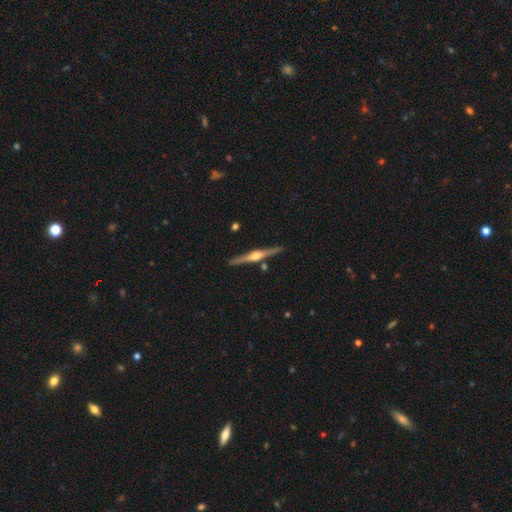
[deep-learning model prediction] Smooth or featured? featured or disk (81%)
Edge-on disk? yes (98%)
Edge-on bulge? rounded (94%)
Merging? none (88%)